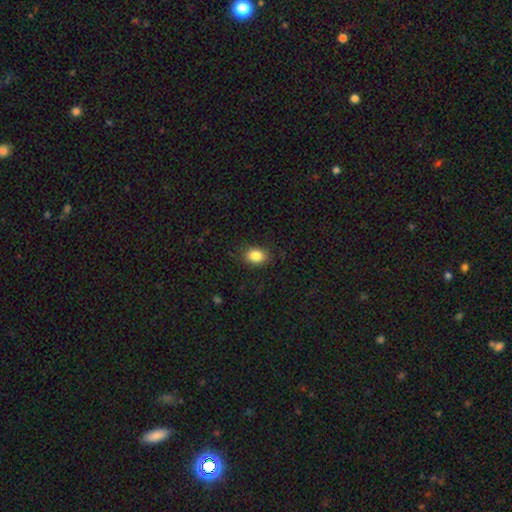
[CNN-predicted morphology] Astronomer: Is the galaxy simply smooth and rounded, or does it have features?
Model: smooth — 86%.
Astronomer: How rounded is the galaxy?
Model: in between — 69%.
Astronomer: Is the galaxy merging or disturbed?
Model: none — 86%.